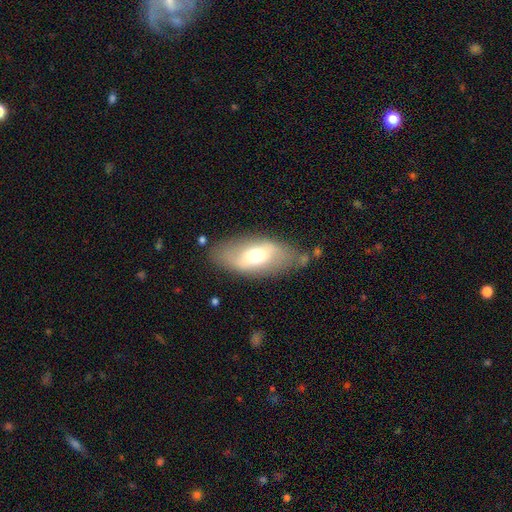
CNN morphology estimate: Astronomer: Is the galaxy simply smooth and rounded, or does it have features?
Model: smooth — 53% (runner-up: featured or disk, 40%).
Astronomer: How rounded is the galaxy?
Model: in between — 88%.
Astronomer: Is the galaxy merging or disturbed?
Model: none — 73%.